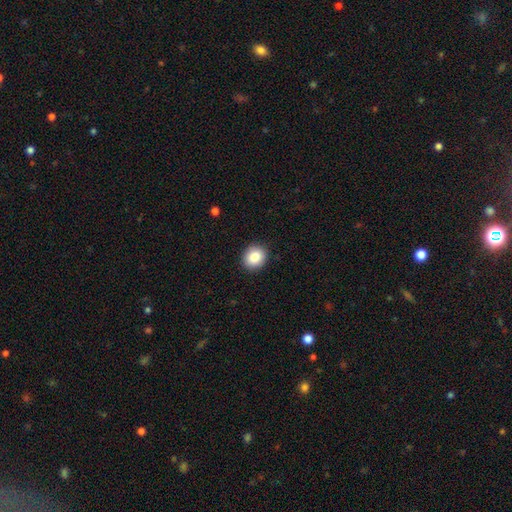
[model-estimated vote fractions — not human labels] Smooth or featured? Predicted: smooth (p=0.87). How rounded? Predicted: round (p=0.63). Merging? Predicted: none (p=0.90).